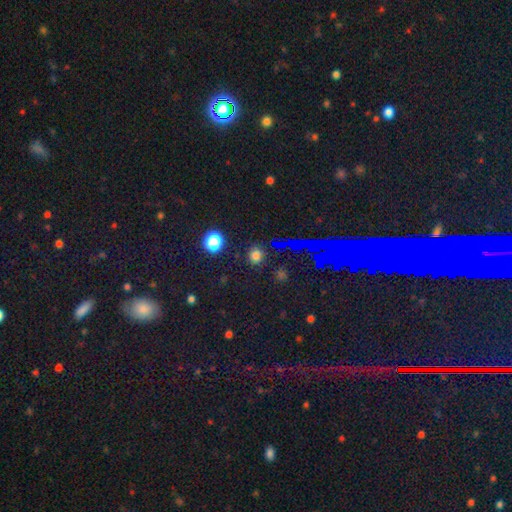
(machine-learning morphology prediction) A smooth galaxy with no disk features (68%) that is round (81%).

Vote fractions:
- Smooth or featured? smooth: 68% / star or artifact: 27% / featured or disk: 5%
- How rounded? round: 81% / in between: 17% / cigar-shaped: 2%
- Merging? none: 87% / minor disturbance: 8% / major disturbance: 3% / merger: 2%